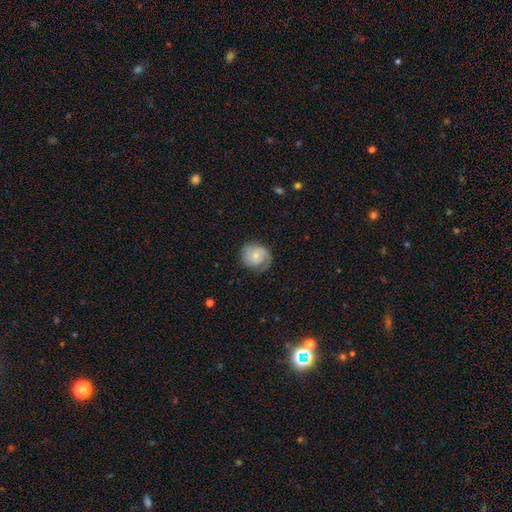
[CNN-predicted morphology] Overall: featured or disk (51%; smooth 42%). Edge-on disk: no (98%). Bar: no (67%; weak 28%). Spiral arms: yes (87%). Bulge size: small (56%; moderate 34%). Merging: none (69%).